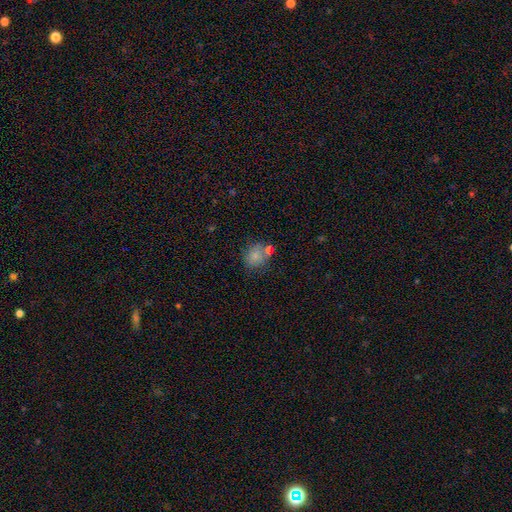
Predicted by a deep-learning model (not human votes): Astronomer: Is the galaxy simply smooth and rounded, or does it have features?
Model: smooth — 78%.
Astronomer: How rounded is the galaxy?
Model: round — 62%.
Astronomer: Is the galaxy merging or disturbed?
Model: none — 58%.